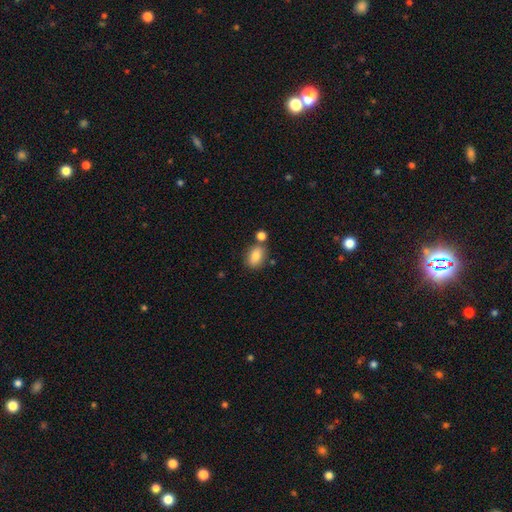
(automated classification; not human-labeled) smooth 83%, featured or disk 9%, star or artifact 8%. Down the decision tree: how rounded — in between (79%); merging — none (66%).